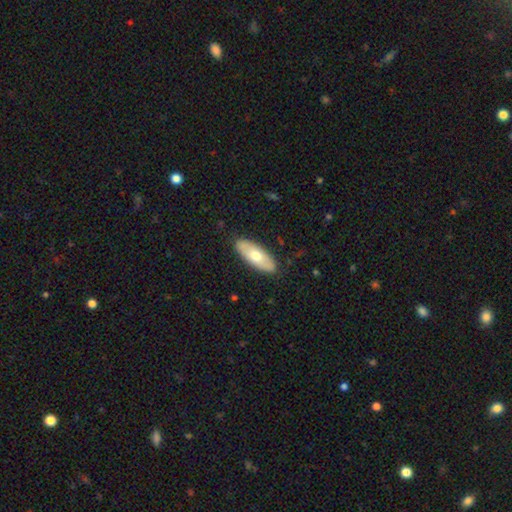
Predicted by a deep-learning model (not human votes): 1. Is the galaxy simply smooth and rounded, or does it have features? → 64% smooth, 31% featured or disk, 5% star or artifact.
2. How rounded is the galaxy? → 77% in between, 21% cigar-shaped, 2% round.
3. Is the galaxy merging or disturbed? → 88% none, 9% minor disturbance, 2% major disturbance, 1% merger.